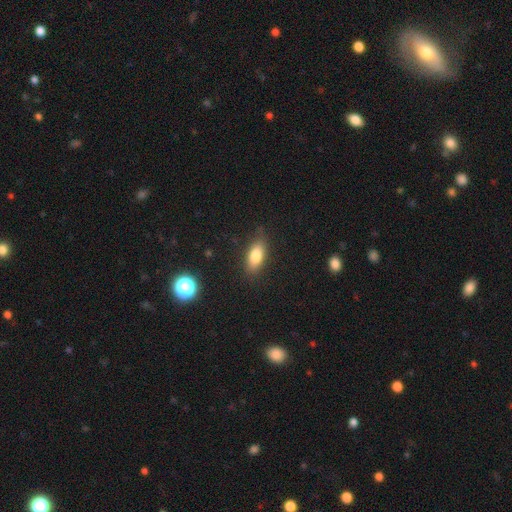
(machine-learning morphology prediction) Smooth or featured?
  - smooth: 80% *
  - featured or disk: 12%
  - star or artifact: 8%
How rounded?
  - in between: 82% *
  - cigar-shaped: 14%
  - round: 4%
Merging?
  - none: 81% *
  - minor disturbance: 14%
  - major disturbance: 3%
  - merger: 1%